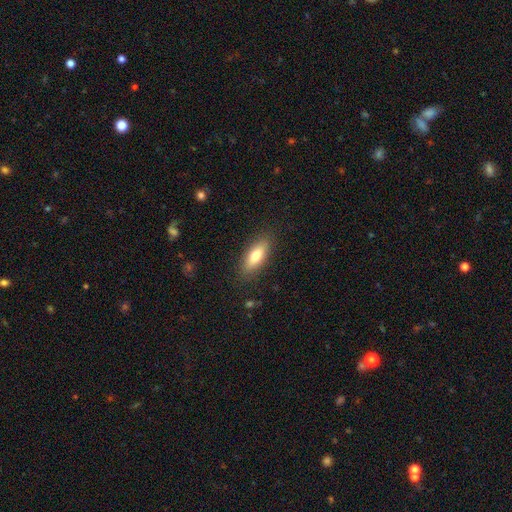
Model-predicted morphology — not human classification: The model was most divided on "how rounded": in between: 68%, cigar-shaped: 30%, round: 2%. More confident: merging — none (85%); smooth or featured — smooth (76%).